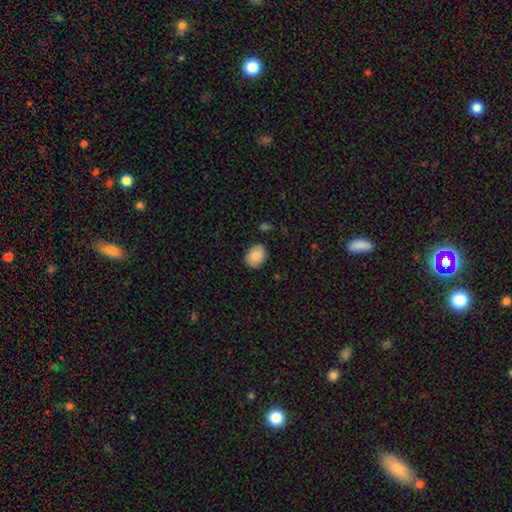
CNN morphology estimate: The model was most divided on "how rounded": in between: 69%, round: 30%, cigar-shaped: 1%. More confident: smooth or featured — smooth (89%); merging — none (85%).